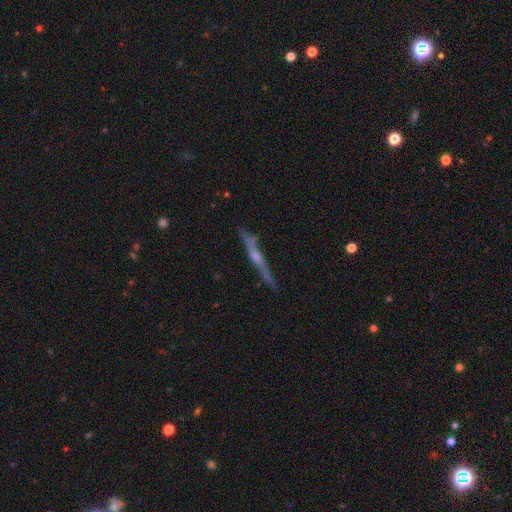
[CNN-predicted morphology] Q: Smooth or featured?
A: featured or disk (74%); runner-up: smooth (19%)
Q: Edge-on disk?
A: yes (96%); runner-up: no (4%)
Q: Edge-on bulge?
A: rounded (71%); runner-up: none (21%)
Q: Merging?
A: none (83%); runner-up: minor disturbance (13%)